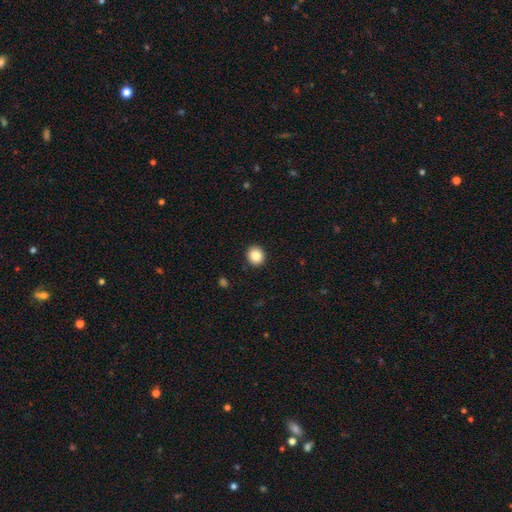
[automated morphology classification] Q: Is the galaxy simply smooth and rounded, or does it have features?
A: smooth — 85%.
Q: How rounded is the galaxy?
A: round — 86%.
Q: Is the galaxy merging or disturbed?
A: none — 92%.